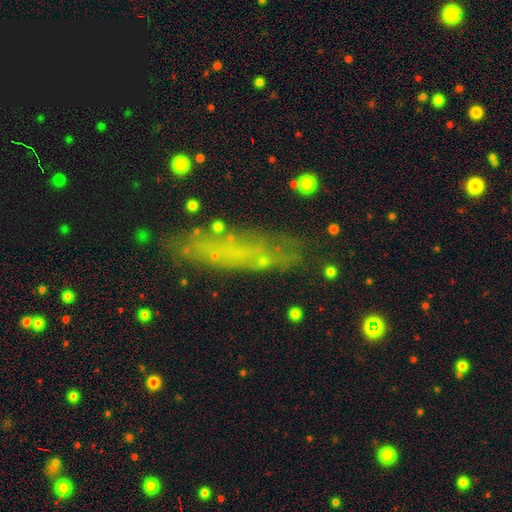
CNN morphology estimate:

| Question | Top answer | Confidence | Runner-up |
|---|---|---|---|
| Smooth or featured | smooth | 47% | featured or disk (37%) |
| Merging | none | 73% | minor disturbance (17%) |